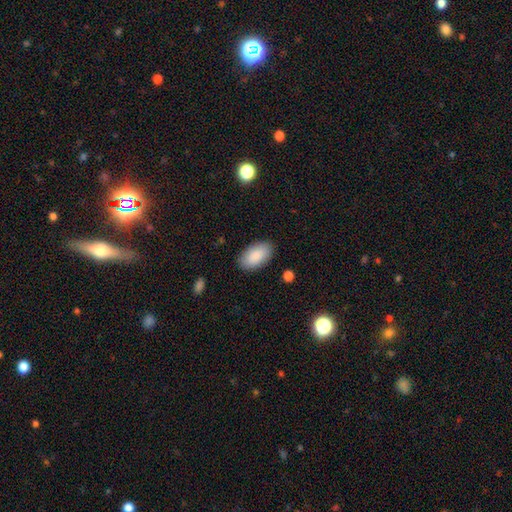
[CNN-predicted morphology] This is clearly a smooth galaxy (89%). How rounded: clearly in between (95%). Merging: clearly none (87%).